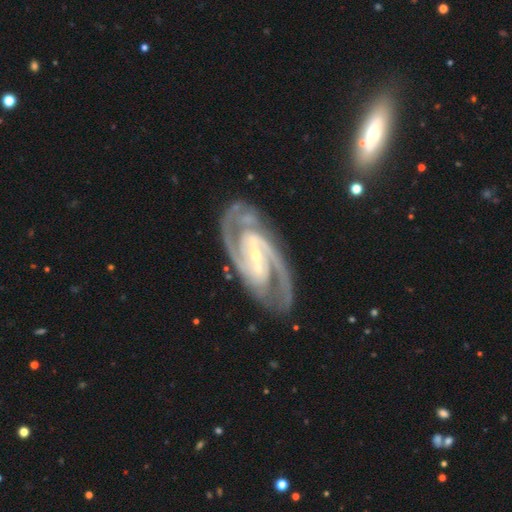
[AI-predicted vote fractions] The model was most divided on "spiral winding": medium: 53%, tight: 40%, loose: 7%. More confident: spiral arms — yes (98%); edge-on disk — no (96%); smooth or featured — featured or disk (93%); spiral arm count — 2 (83%); merging — none (79%); bulge size — small (75%); bar — strong (61%).